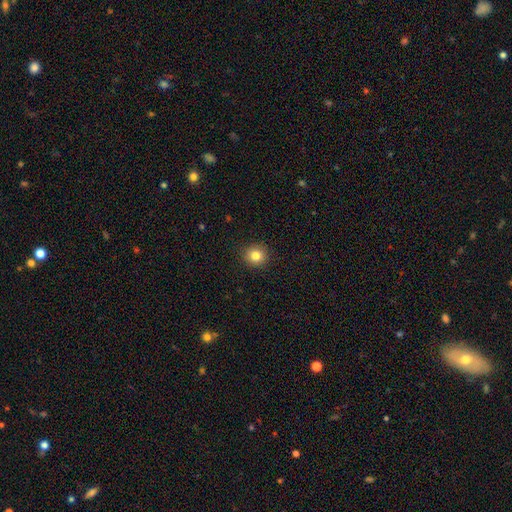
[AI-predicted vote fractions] Smooth or featured? Predicted: smooth (p=0.83). How rounded? Predicted: round (p=0.90). Merging? Predicted: none (p=0.92).